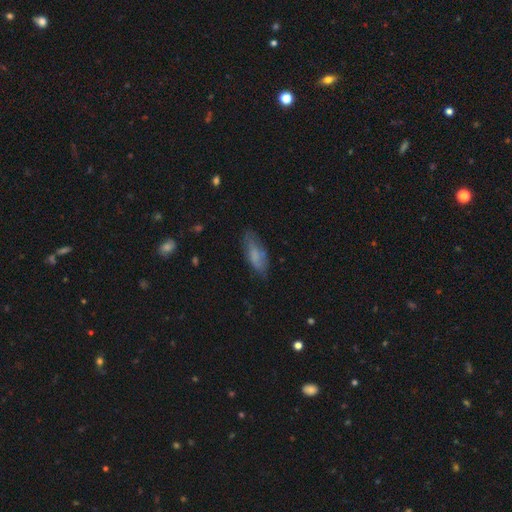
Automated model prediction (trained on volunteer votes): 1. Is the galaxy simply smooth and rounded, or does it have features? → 67% smooth, 25% featured or disk, 8% star or artifact.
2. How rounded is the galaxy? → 72% in between, 25% cigar-shaped, 2% round.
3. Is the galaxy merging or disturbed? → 66% none, 25% minor disturbance, 7% major disturbance, 2% merger.